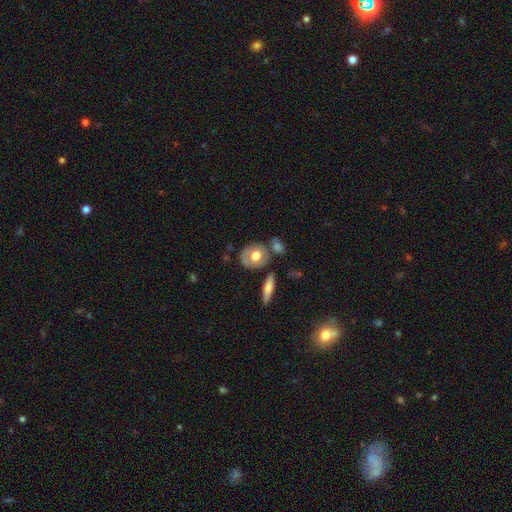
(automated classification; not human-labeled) Smooth or featured? smooth (54%)
How rounded? in between (50%)
Merging? none (63%)